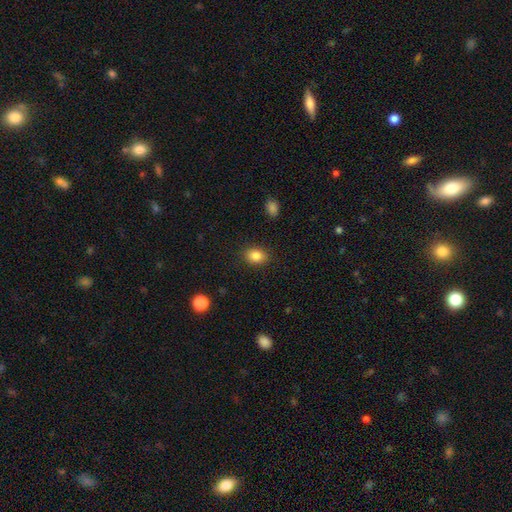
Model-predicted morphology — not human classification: A smooth galaxy with no disk features (85%) that is in between round and cigar-shaped (62%).

Vote fractions:
- Smooth or featured? smooth: 85% / star or artifact: 10% / featured or disk: 6%
- How rounded? in between: 62% / round: 37% / cigar-shaped: 1%
- Merging? none: 88% / minor disturbance: 8% / major disturbance: 2% / merger: 1%